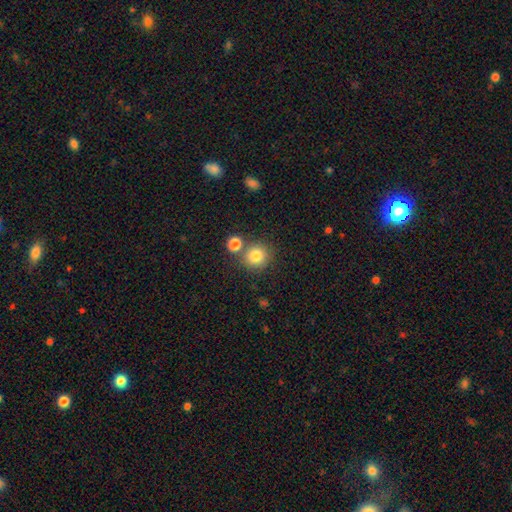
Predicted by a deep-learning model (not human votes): smooth_or_featured: smooth (p=0.81) [alt: star or artifact p=0.12]
how_rounded: round (p=0.90) [alt: in between p=0.09]
merging: none (p=0.73) [alt: merger p=0.15]